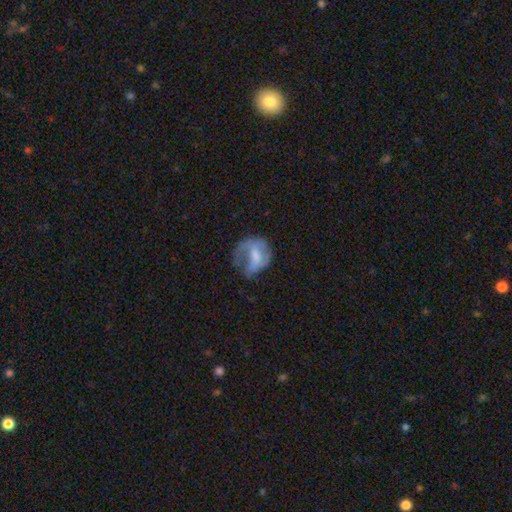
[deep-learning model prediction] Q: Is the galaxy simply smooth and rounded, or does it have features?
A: featured or disk — 49%.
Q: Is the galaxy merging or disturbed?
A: major disturbance — 39%.